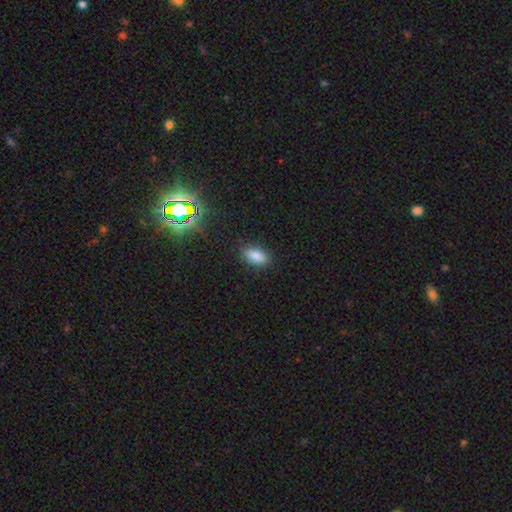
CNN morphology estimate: smooth 83%, star or artifact 11%, featured or disk 6%. Down the decision tree: how rounded — in between (89%); merging — none (85%).